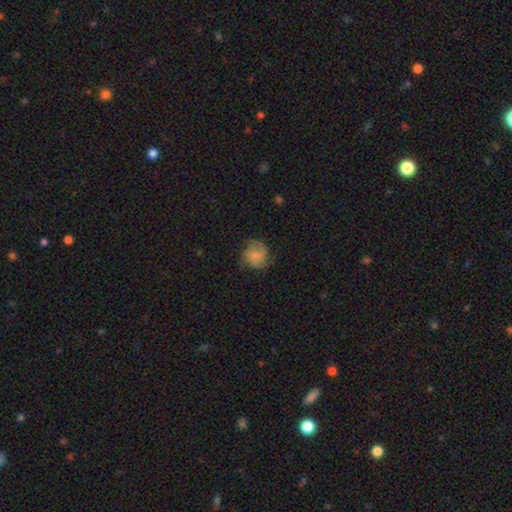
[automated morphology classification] type=smooth (57%); roundness=round (81%); merging=none (59%).